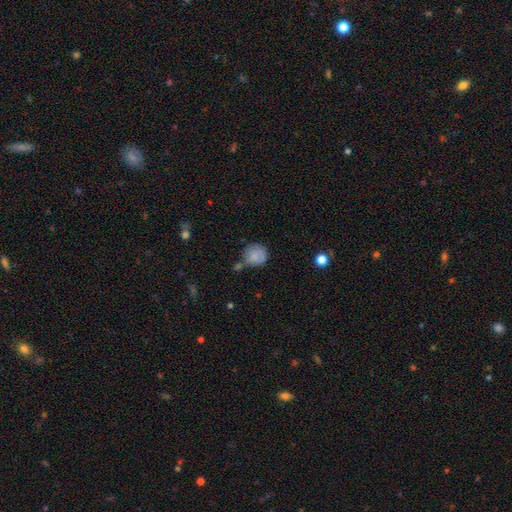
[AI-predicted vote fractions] A smooth galaxy with no disk features (81%) that is round (85%). Merging: none (51%).